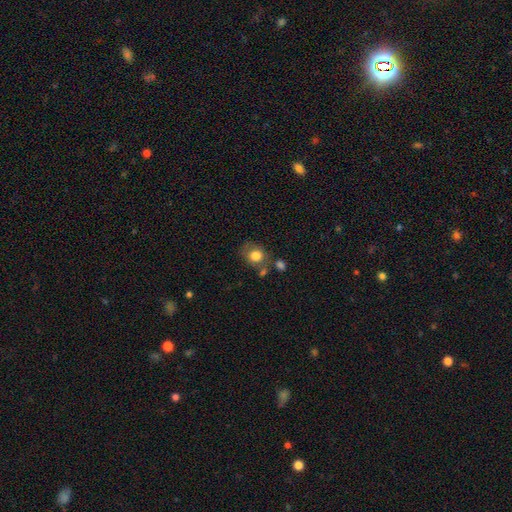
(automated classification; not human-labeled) Smooth or featured: smooth — 78% (featured or disk — 13%)
How rounded: round — 62% (in between — 37%)
Merging: none — 57% (minor disturbance — 20%)